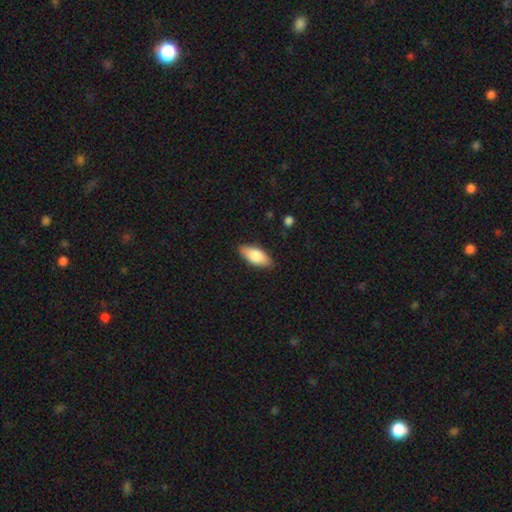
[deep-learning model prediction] smooth-or-featured: smooth: 80% | featured or disk: 14% | star or artifact: 6%
  how-rounded: in between: 86% | cigar-shaped: 12% | round: 2%
  merging: none: 86% | minor disturbance: 10% | major disturbance: 2% | merger: 1%